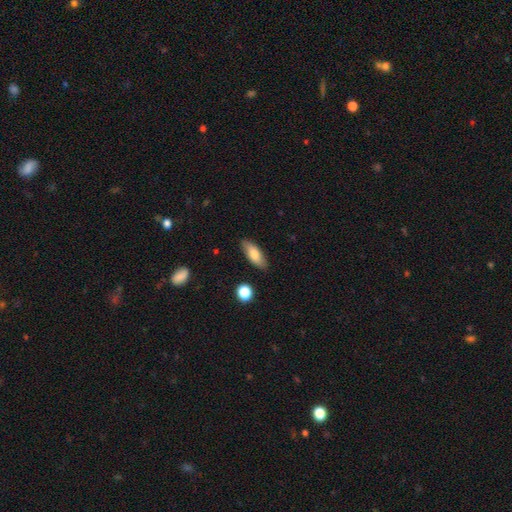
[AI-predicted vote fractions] Morphology: type=smooth (73%); roundness=in between (69%); merging=none (86%).